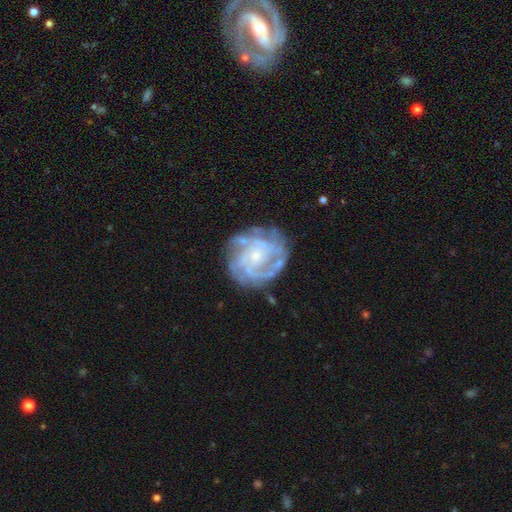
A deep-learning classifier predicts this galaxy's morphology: This is clearly a featured or disk galaxy (84%). It is clearly not viewed edge-on (97%). Bar: likely no (71%). Spiral arm pattern: clearly yes (92%). Spiral arm count: marginally can't tell (33%). Spiral winding: likely tight (63%). Central bulge: likely small (77%). Merging: likely none (73%).